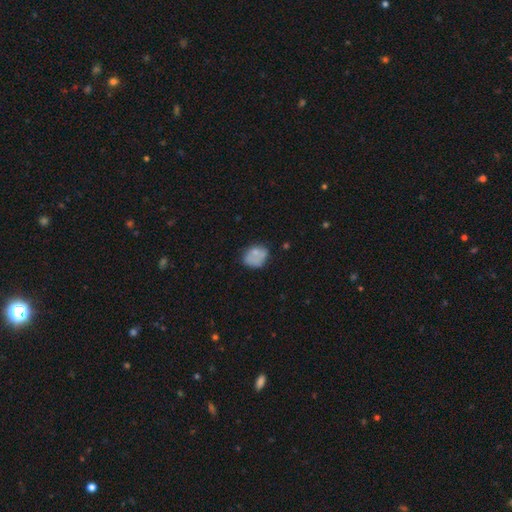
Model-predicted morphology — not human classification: Smooth or featured? Predicted: smooth (p=0.70). How rounded? Predicted: in between (p=0.54). Merging? Predicted: none (p=0.52).